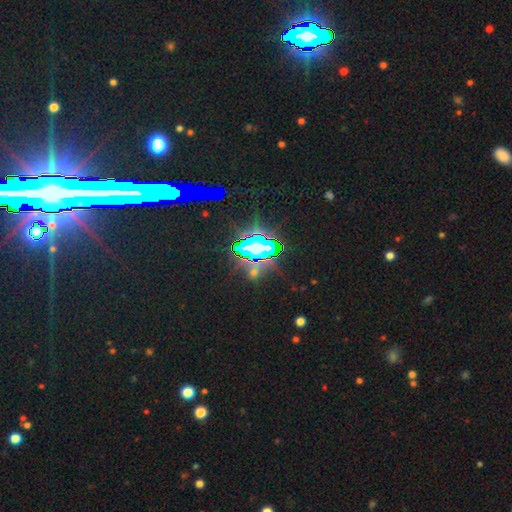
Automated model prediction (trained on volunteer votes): Overall: star or artifact (77%).